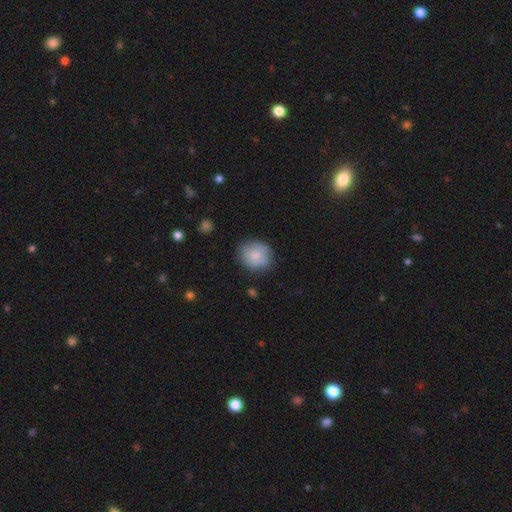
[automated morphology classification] This appears to be a smooth galaxy with no disk features (80%) that is round (74%). Merging: none (74%).